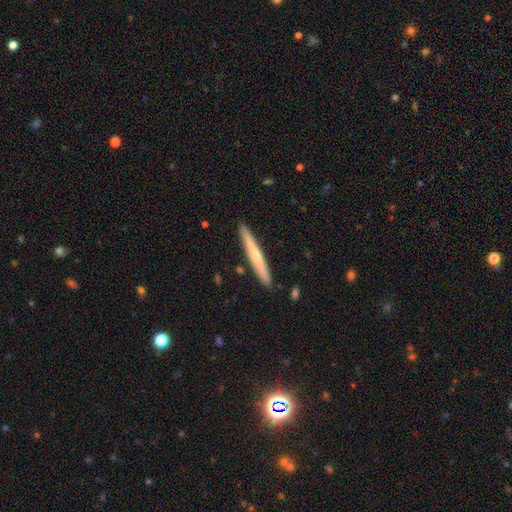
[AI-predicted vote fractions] Smooth or featured? Predicted: smooth (p=0.51). How rounded? Predicted: cigar-shaped (p=0.96). Merging? Predicted: none (p=0.91).